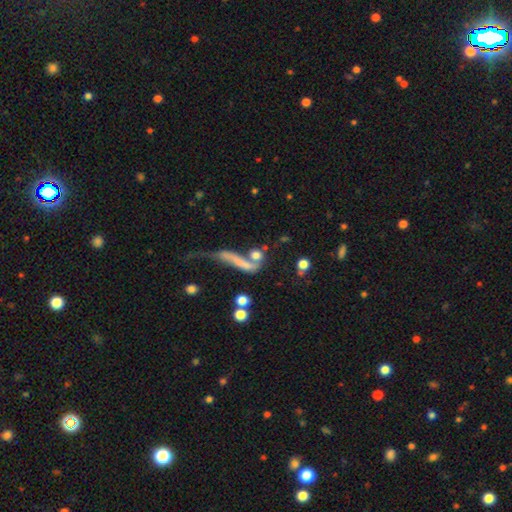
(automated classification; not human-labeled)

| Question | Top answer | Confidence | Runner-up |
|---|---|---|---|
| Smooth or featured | smooth | 62% | featured or disk (24%) |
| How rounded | cigar-shaped | 38% | round (32%) |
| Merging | merger | 39% | none (30%) |